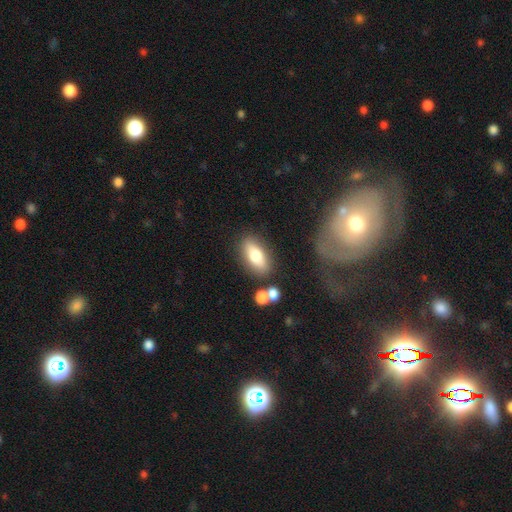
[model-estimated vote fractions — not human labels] Q: Smooth or featured?
A: smooth (71%); runner-up: featured or disk (21%)
Q: How rounded?
A: in between (81%); runner-up: cigar-shaped (15%)
Q: Merging?
A: none (79%); runner-up: minor disturbance (11%)